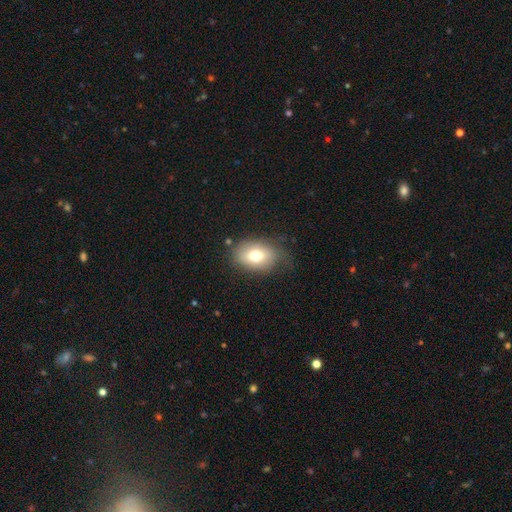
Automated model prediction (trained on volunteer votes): smooth-or-featured: smooth: 73% | featured or disk: 17% | star or artifact: 10%
  how-rounded: in between: 77% | round: 22% | cigar-shaped: 1%
  merging: none: 69% | minor disturbance: 22% | major disturbance: 7% | merger: 2%